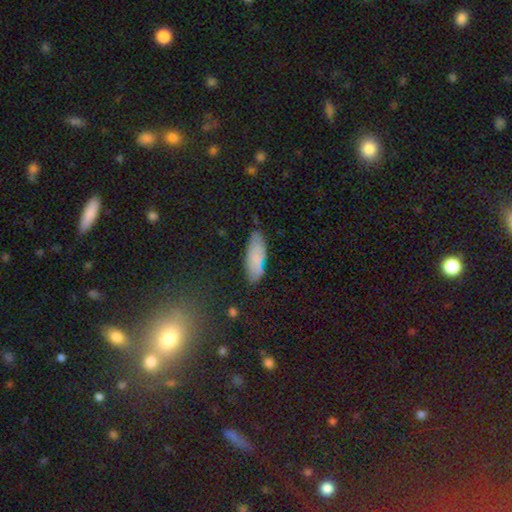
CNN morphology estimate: The model was most divided on "how rounded": in between: 63%, cigar-shaped: 35%, round: 2%. More confident: merging — none (78%); smooth or featured — smooth (75%).